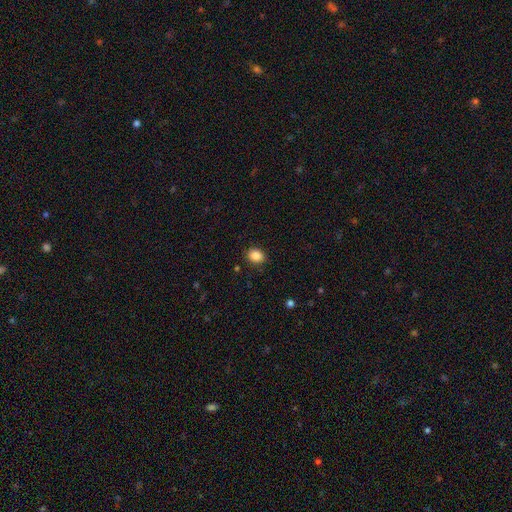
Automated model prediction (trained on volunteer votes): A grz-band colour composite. It shows a smooth galaxy with no disk features (87%) that is in between round and cigar-shaped (56%). Merging: none (88%).